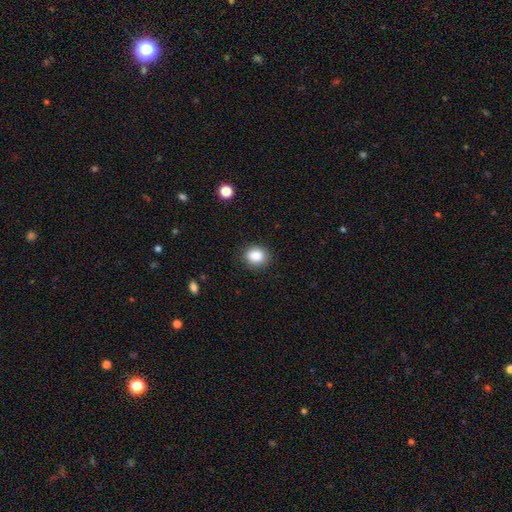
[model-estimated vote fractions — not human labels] smooth-or-featured: smooth: 87% | star or artifact: 9% | featured or disk: 4%
  how-rounded: round: 65% | in between: 34% | cigar-shaped: 1%
  merging: none: 87% | minor disturbance: 9% | major disturbance: 3% | merger: 1%